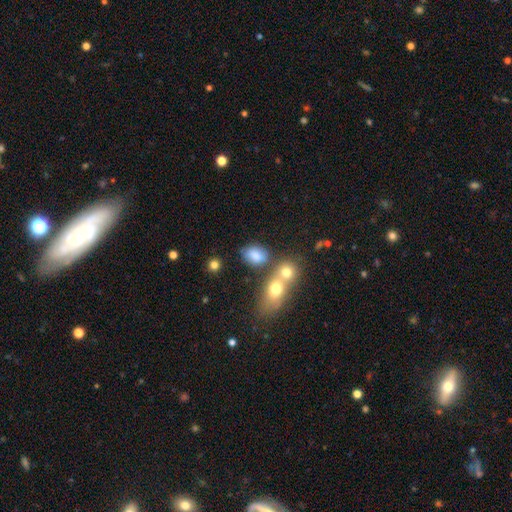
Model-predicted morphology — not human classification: Smooth or featured? Predicted: smooth (p=0.77). How rounded? Predicted: in between (p=0.75). Merging? Predicted: none (p=0.57).